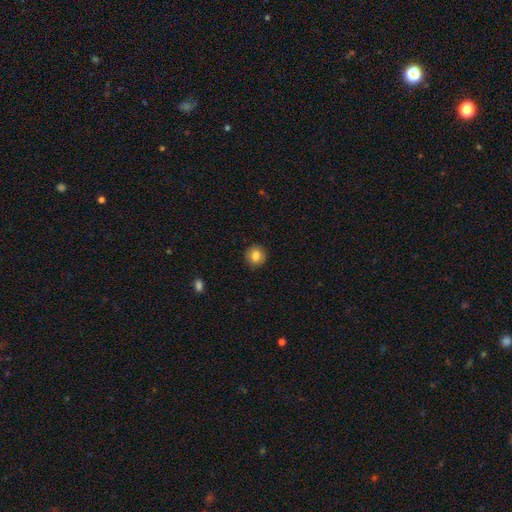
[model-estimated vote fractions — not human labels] This appears to be a smooth galaxy with no disk features (82%) that is round (82%). Merging: none (88%).